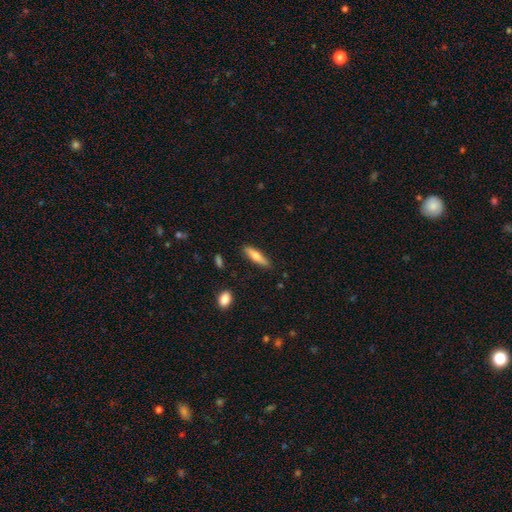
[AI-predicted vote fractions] Smooth or featured? smooth (70%)
How rounded? cigar-shaped (74%)
Merging? none (85%)